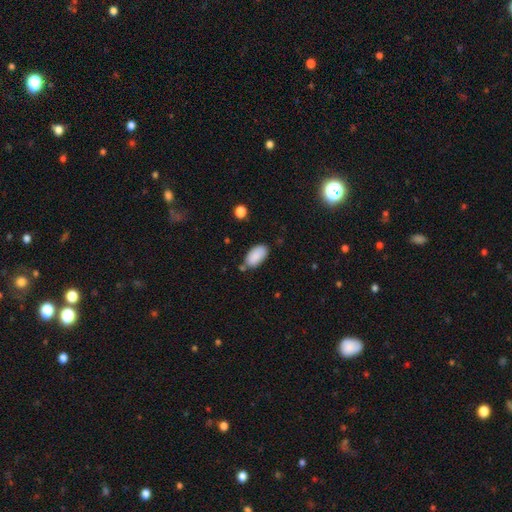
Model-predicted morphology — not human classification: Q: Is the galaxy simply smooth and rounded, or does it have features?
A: smooth — 88%.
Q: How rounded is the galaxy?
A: in between — 95%.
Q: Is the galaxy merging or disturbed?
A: none — 71%.